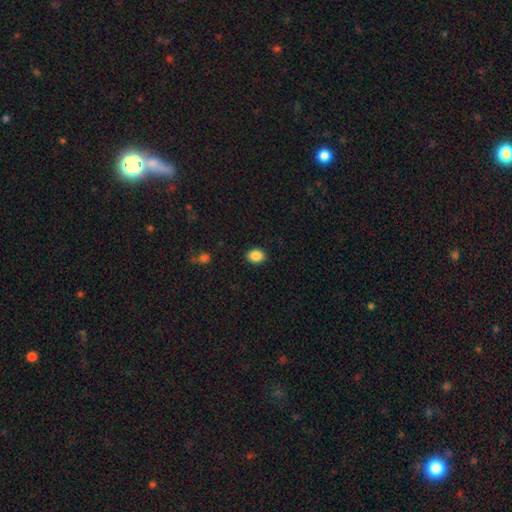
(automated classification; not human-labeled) Overall: smooth (88%). How rounded: in between (65%; round 34%). Merging: none (89%).